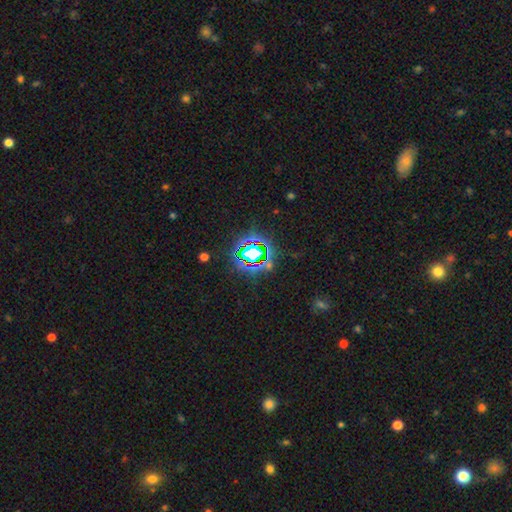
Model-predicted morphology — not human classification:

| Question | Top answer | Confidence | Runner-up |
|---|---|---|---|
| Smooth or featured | star or artifact | 75% | smooth (14%) |